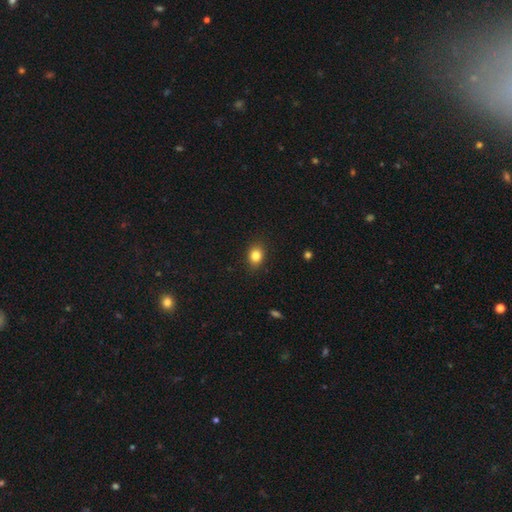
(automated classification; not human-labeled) A smooth galaxy with no disk features (83%) that is in between round and cigar-shaped (51%).

Vote fractions:
- Smooth or featured? smooth: 83% / star or artifact: 11% / featured or disk: 6%
- How rounded? in between: 51% / round: 48% / cigar-shaped: 1%
- Merging? none: 88% / minor disturbance: 9% / major disturbance: 2% / merger: 1%